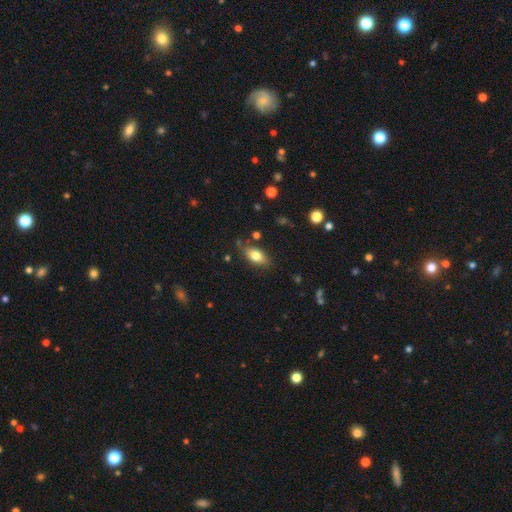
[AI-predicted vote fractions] Morphology: type=smooth (78%); roundness=in between (87%); merging=none (77%).